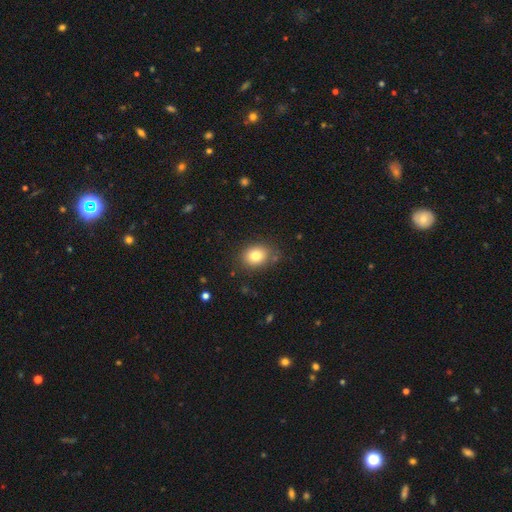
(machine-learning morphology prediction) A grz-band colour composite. It shows a smooth galaxy with no disk features (80%) that is round (52%). Merging: none (82%).